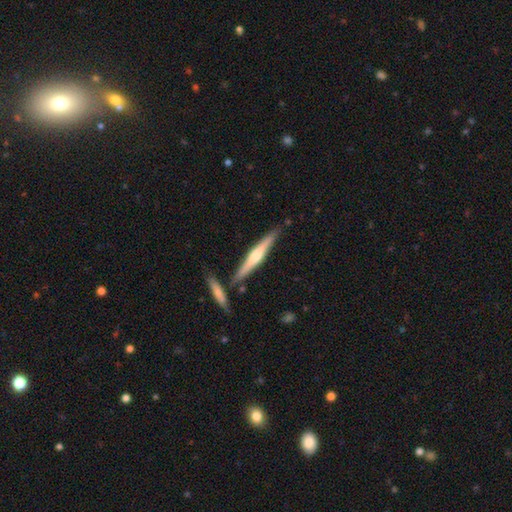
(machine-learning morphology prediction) smooth-or-featured: featured or disk: 58% | smooth: 37% | star or artifact: 5%
  disk-edge-on: yes: 97% | no: 3%
    edge-on-bulge: rounded: 73% | boxy: 14% | none: 14%
  merging: none: 83% | minor disturbance: 9% | merger: 6% | major disturbance: 2%